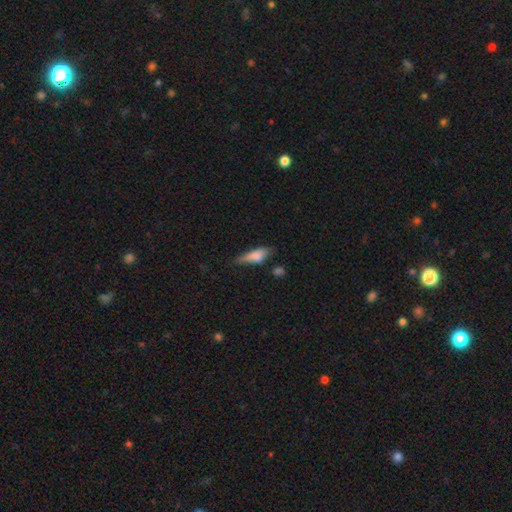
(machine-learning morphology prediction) smooth_or_featured: smooth (p=0.72) [alt: featured or disk p=0.20]
how_rounded: in between (p=0.53) [alt: cigar-shaped p=0.44]
merging: none (p=0.43) [alt: minor disturbance p=0.36]